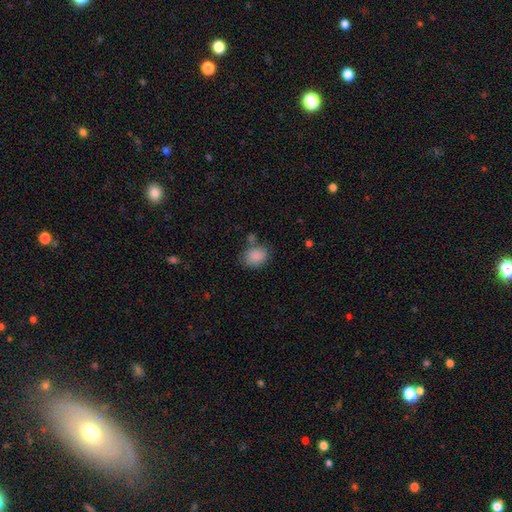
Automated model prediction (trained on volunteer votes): Smooth or featured? Predicted: smooth (p=0.87). How rounded? Predicted: in between (p=0.58). Merging? Predicted: none (p=0.67).